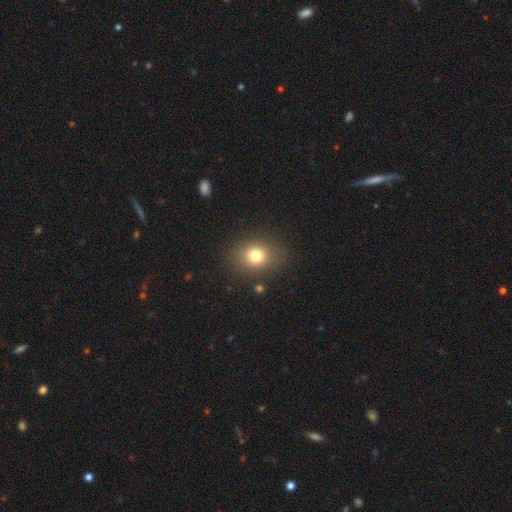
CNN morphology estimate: type=smooth (77%); roundness=round (63%); merging=none (84%).